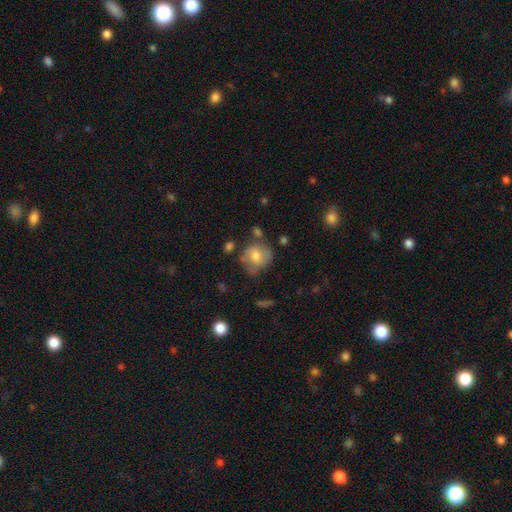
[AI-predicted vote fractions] Smooth or featured?
  - smooth: 58% *
  - featured or disk: 33%
  - star or artifact: 8%
How rounded?
  - round: 70% *
  - in between: 29%
  - cigar-shaped: 1%
Merging?
  - none: 54% *
  - minor disturbance: 27%
  - major disturbance: 12%
  - merger: 7%